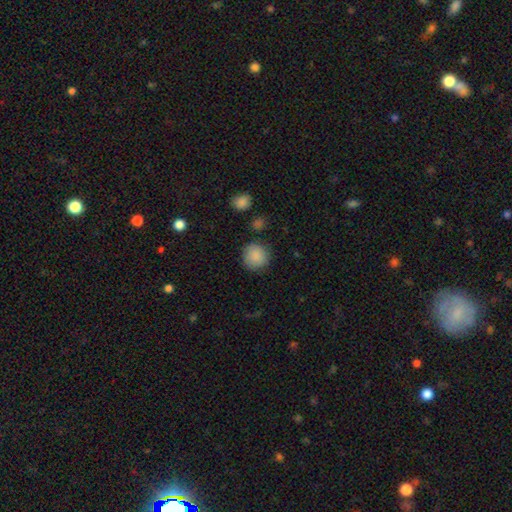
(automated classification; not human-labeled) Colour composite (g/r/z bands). It shows a smooth galaxy with no disk features (88%) that is round (91%). Merging: none (83%).